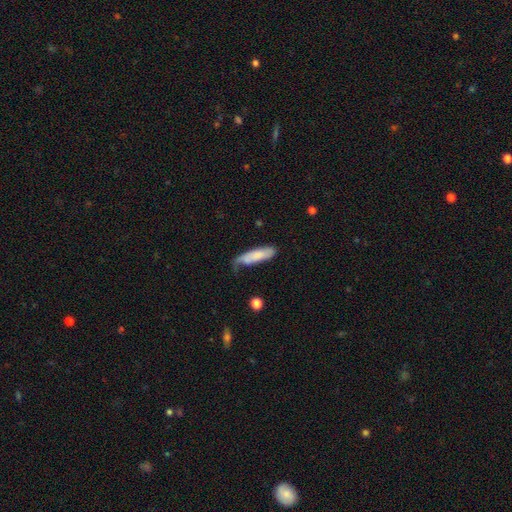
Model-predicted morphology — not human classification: Smooth or featured: smooth — 69% (featured or disk — 25%)
How rounded: cigar-shaped — 62% (in between — 36%)
Merging: none — 41% (minor disturbance — 35%)